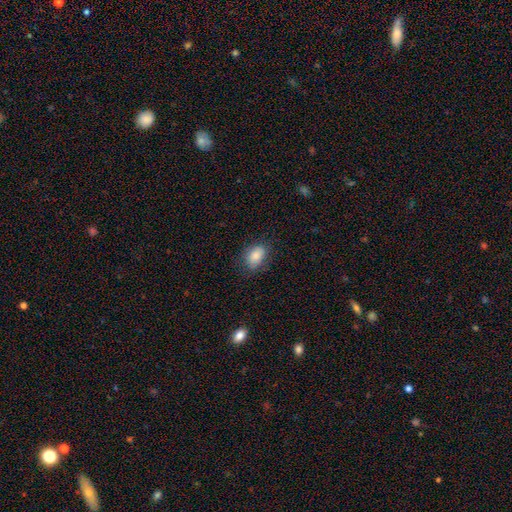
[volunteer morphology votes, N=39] Q: Smooth or featured?
A: smooth (90%); runner-up: featured or disk (5%)
Q: How rounded?
A: in between (97%); runner-up: round (3%)
Q: Merging?
A: none (70%); runner-up: minor disturbance (24%)